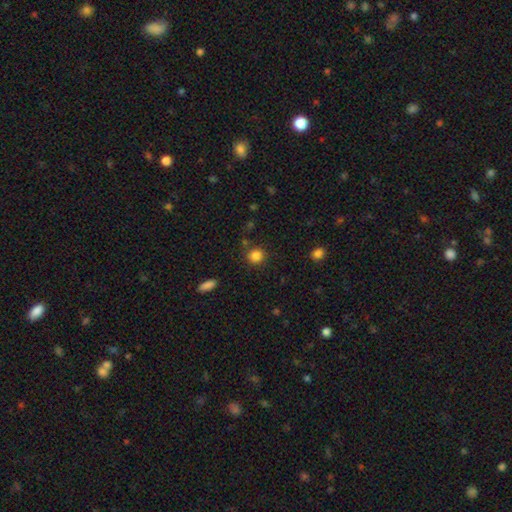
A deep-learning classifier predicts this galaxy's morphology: Smooth or featured?
  - smooth: 85% *
  - star or artifact: 11%
  - featured or disk: 4%
How rounded?
  - round: 88% *
  - in between: 11%
  - cigar-shaped: 1%
Merging?
  - none: 84% *
  - minor disturbance: 9%
  - merger: 4%
  - major disturbance: 3%